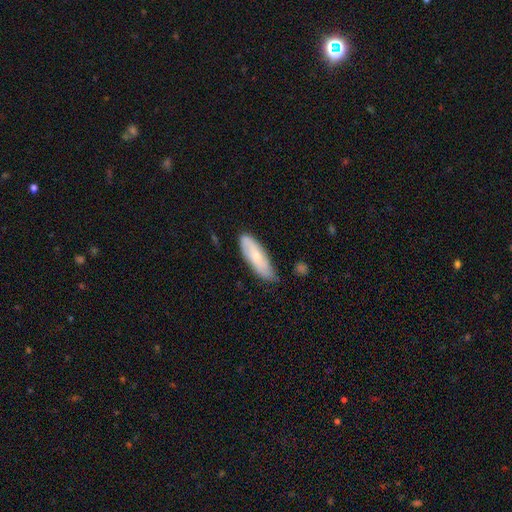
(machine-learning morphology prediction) A smooth galaxy with no disk features (50%).

Vote fractions:
- Smooth or featured? smooth: 50% / featured or disk: 44% / star or artifact: 6%
- Merging? none: 68% / minor disturbance: 26% / major disturbance: 4% / merger: 2%